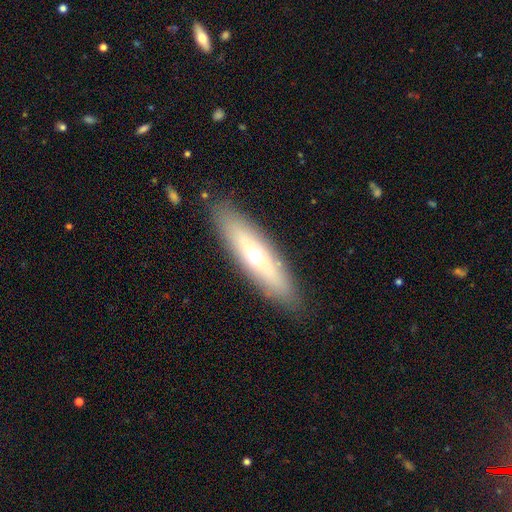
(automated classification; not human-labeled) A smooth galaxy with no disk features (49%).

Vote fractions:
- Smooth or featured? smooth: 49% / featured or disk: 44% / star or artifact: 7%
- Merging? none: 87% / minor disturbance: 9% / major disturbance: 3% / merger: 1%